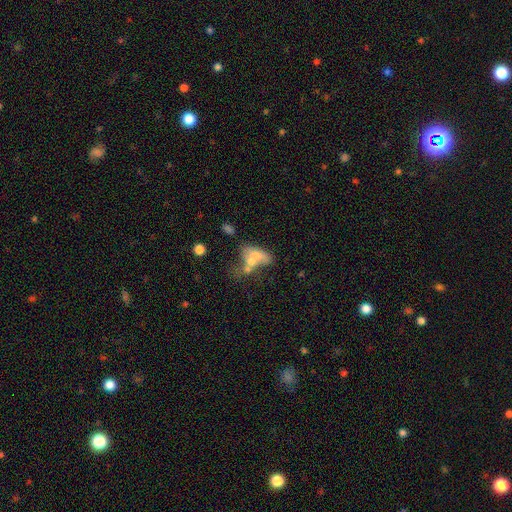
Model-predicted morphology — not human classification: smooth-or-featured: smooth: 57% | featured or disk: 32% | star or artifact: 11%
  how-rounded: in between: 82% | round: 9% | cigar-shaped: 9%
  merging: merger: 51% | none: 21% | major disturbance: 15% | minor disturbance: 13%